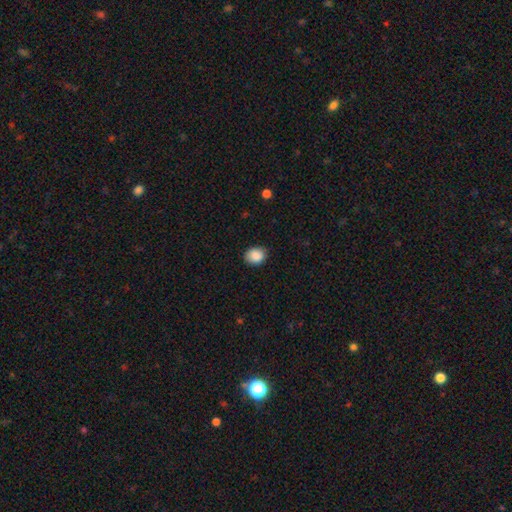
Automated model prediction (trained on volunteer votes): This is clearly a smooth galaxy (88%). How rounded: possibly round (56%). Merging: clearly none (84%).